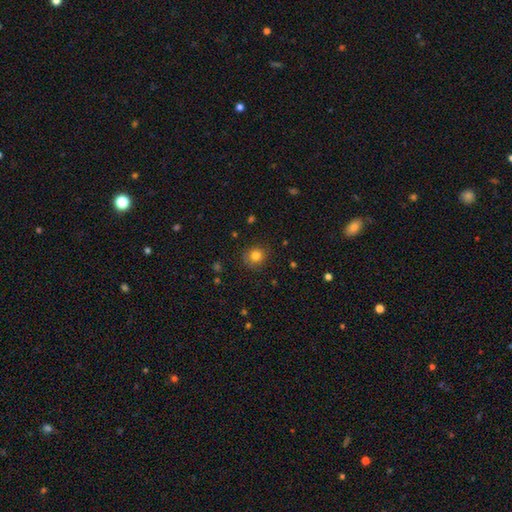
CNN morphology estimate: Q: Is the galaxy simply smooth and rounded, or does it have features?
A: smooth — 80%.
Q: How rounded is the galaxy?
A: round — 88%.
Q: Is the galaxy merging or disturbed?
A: none — 83%.